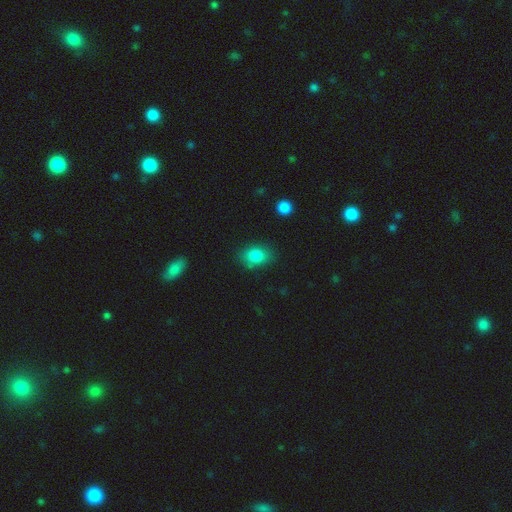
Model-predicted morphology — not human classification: Smooth or featured? smooth (83%)
How rounded? in between (71%)
Merging? none (75%)